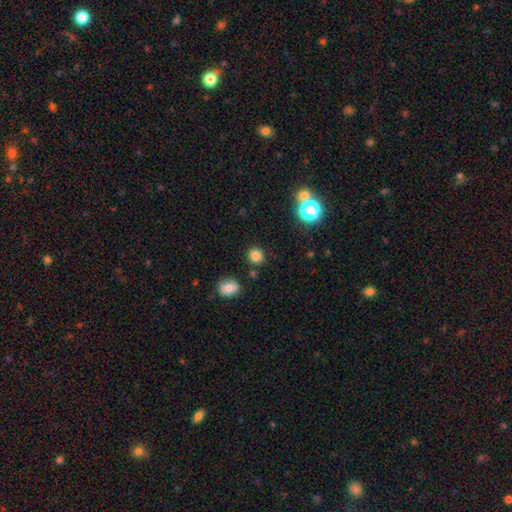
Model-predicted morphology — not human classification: smooth-or-featured: smooth: 81% | star or artifact: 14% | featured or disk: 5%
  how-rounded: round: 84% | in between: 15% | cigar-shaped: 1%
  merging: none: 86% | minor disturbance: 8% | merger: 4% | major disturbance: 2%